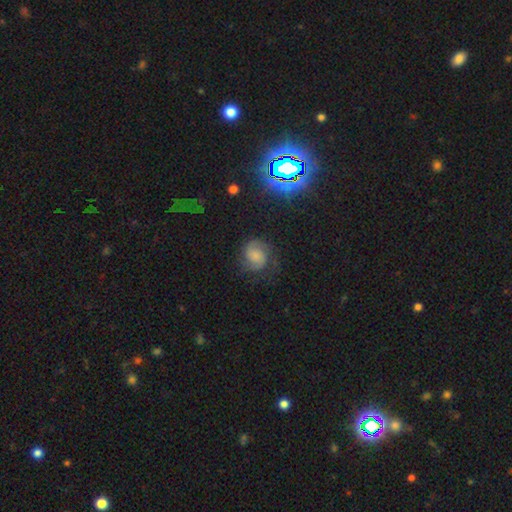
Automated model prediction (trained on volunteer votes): Morphology: type=featured or disk (54%); edge-on=no (98%); bar=no (65%); spiral arms=yes (91%); bulge=none (33%); merging=none (64%).